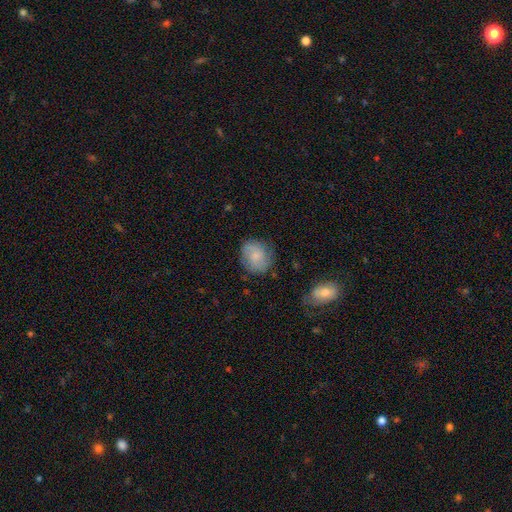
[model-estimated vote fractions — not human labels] Morphology: type=smooth (65%); roundness=round (71%); merging=none (75%).